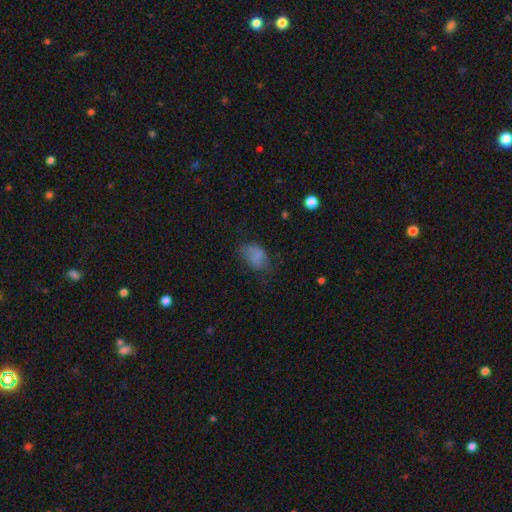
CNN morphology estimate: The model was most divided on "merging": none: 47%, minor disturbance: 32%, major disturbance: 18%, merger: 3%. More confident: how rounded — in between (85%); smooth or featured — smooth (74%).